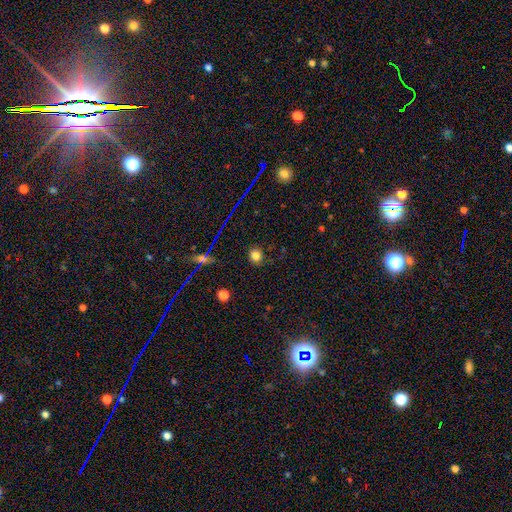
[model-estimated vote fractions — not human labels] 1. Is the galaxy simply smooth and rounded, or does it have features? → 78% smooth, 16% star or artifact, 6% featured or disk.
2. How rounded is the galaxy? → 77% round, 22% in between, 1% cigar-shaped.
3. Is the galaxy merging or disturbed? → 83% none, 12% minor disturbance, 3% major disturbance, 2% merger.